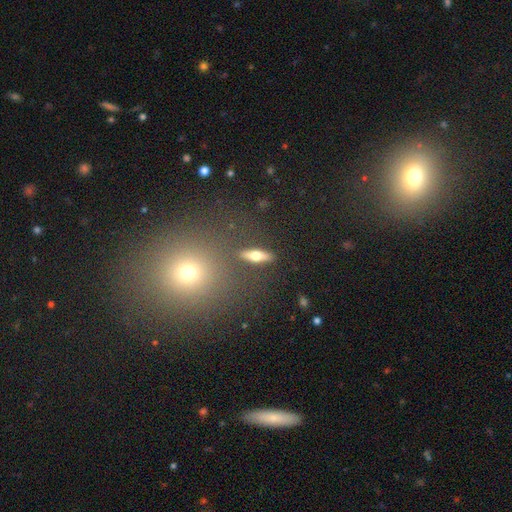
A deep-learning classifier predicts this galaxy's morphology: The model was most divided on "how rounded": cigar-shaped: 50%, in between: 44%, round: 6%. More confident: merging — none (86%); smooth or featured — smooth (54%).